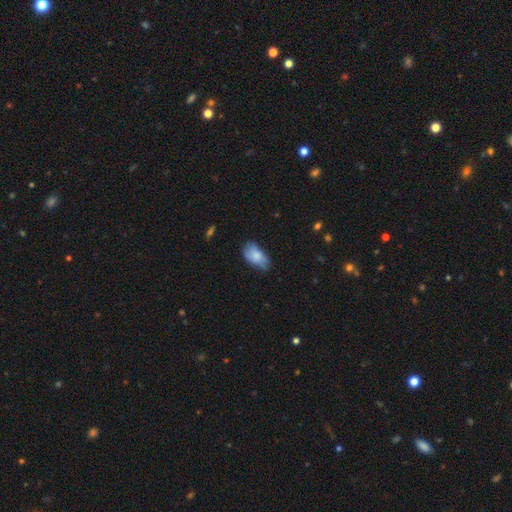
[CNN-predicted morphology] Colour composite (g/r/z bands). It shows a smooth galaxy with no disk features (76%) that is in between round and cigar-shaped (93%). Merging: none (53%).